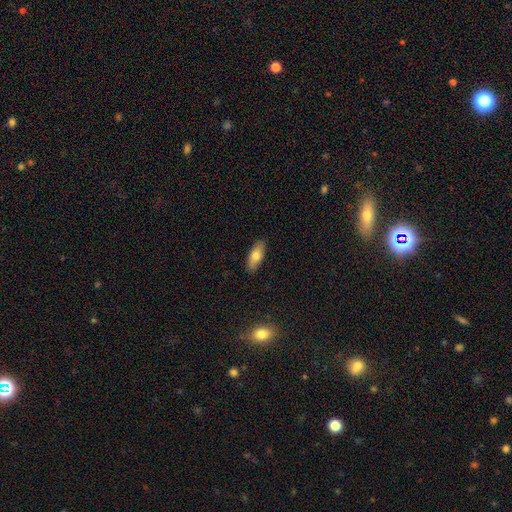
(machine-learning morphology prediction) Smooth or featured? Predicted: smooth (p=0.75). How rounded? Predicted: in between (p=0.80). Merging? Predicted: none (p=0.89).